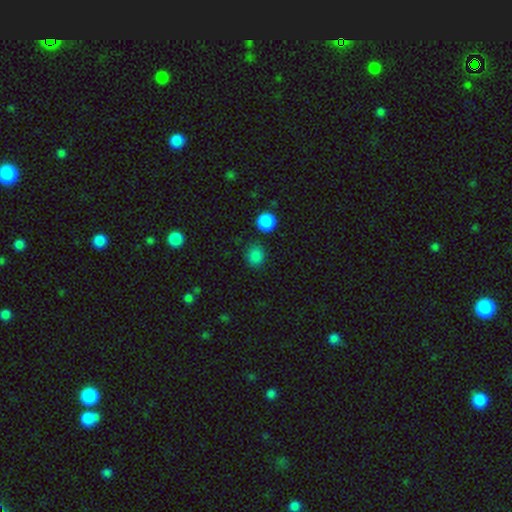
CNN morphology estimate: This appears to be a smooth galaxy with no disk features (84%) that is round (78%). Merging: none (82%).